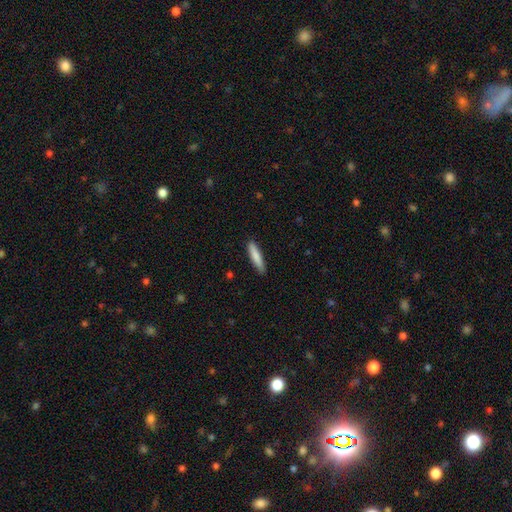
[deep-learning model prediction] Q: Smooth or featured?
A: smooth (82%); runner-up: featured or disk (12%)
Q: How rounded?
A: cigar-shaped (86%); runner-up: in between (13%)
Q: Merging?
A: none (88%); runner-up: minor disturbance (9%)